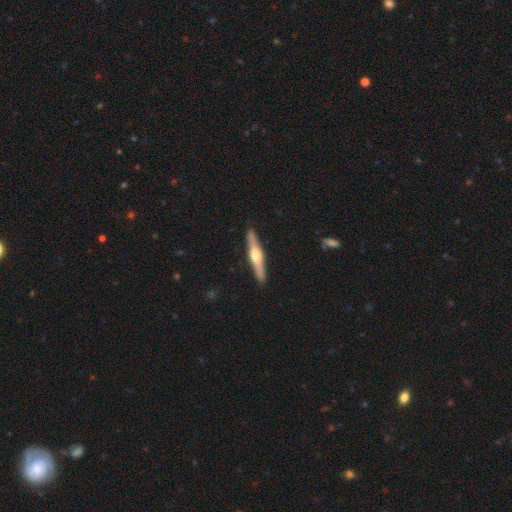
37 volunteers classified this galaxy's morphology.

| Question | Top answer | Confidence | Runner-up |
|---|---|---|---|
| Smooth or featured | featured or disk | 73% | smooth (19%) |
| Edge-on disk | yes | 100% | — |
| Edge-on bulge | rounded | 93% | none (7%) |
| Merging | none | 94% | minor disturbance (3%) |